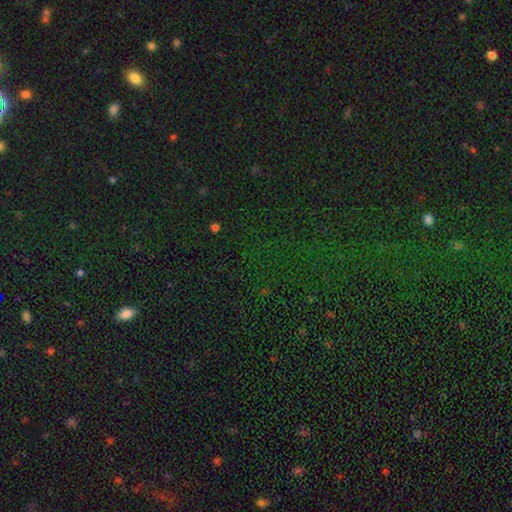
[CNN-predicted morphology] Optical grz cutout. It shows a star or artifact, not a galaxy (80%).